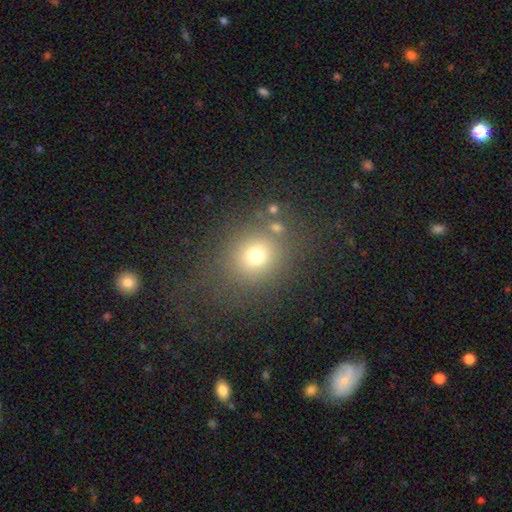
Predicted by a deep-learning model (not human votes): This is likely a smooth galaxy (71%). How rounded: likely round (80%). Merging: likely none (72%).